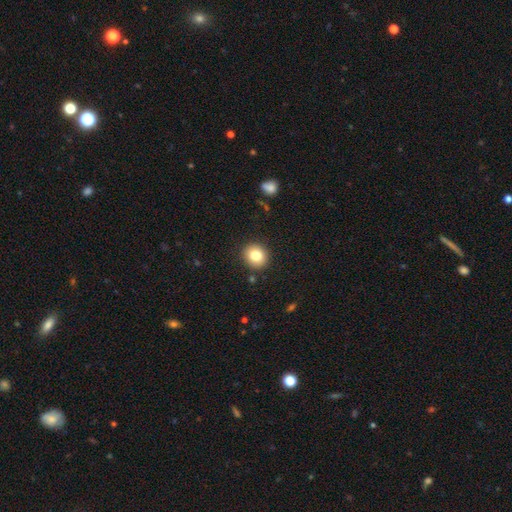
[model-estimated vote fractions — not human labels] A smooth galaxy with no disk features (81%) that is round (83%). Merging: none (90%).